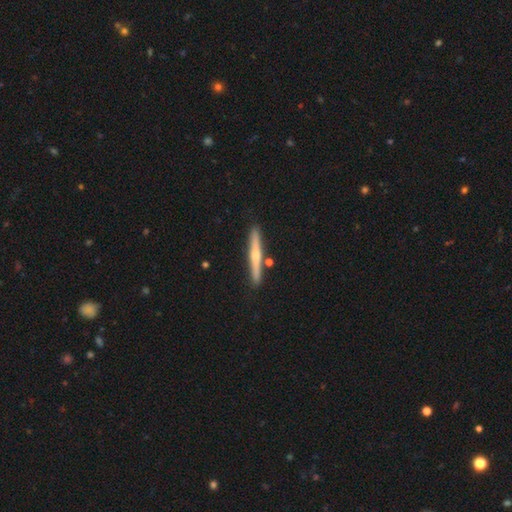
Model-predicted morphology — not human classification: featured or disk 52%, smooth 42%, star or artifact 5%. Down the decision tree: edge-on disk — yes (97%); edge-on bulge — rounded (72%); merging — none (86%).